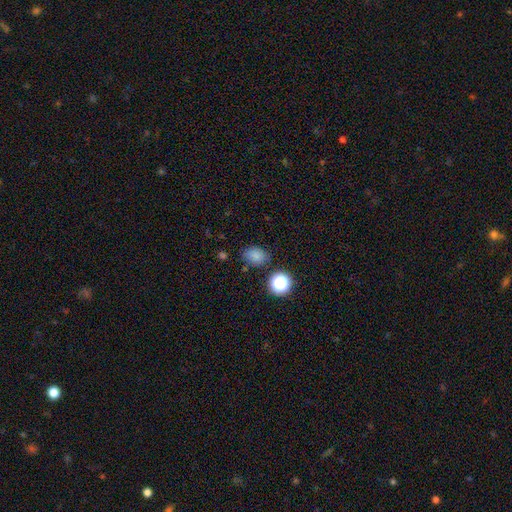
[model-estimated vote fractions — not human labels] Smooth or featured? smooth (78%)
How rounded? in between (60%)
Merging? none (75%)